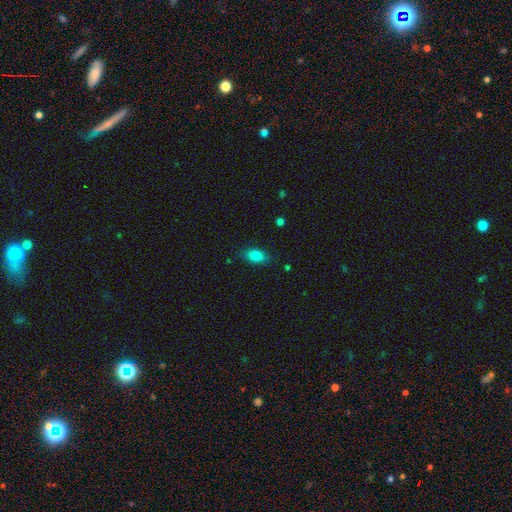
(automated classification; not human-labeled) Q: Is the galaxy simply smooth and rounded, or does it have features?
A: smooth — 85%.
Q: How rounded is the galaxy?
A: in between — 87%.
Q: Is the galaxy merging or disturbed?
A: none — 83%.